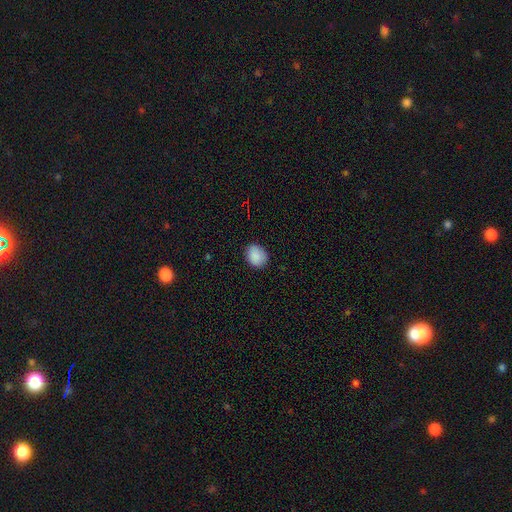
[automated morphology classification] Smooth or featured: smooth — 88% (star or artifact — 8%)
How rounded: round — 55% (in between — 44%)
Merging: none — 83% (minor disturbance — 13%)